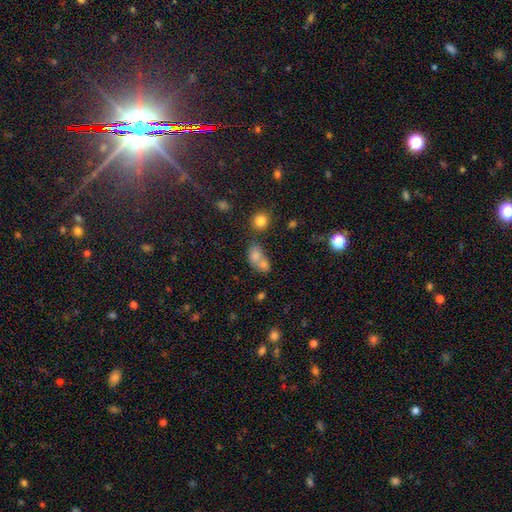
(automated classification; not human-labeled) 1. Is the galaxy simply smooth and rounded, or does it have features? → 66% smooth, 19% star or artifact, 14% featured or disk.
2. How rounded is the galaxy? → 49% round, 48% in between, 3% cigar-shaped.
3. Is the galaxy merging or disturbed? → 54% merger, 33% none, 8% minor disturbance, 5% major disturbance.